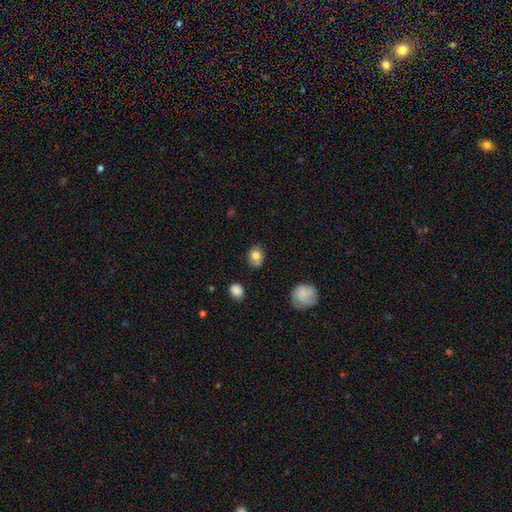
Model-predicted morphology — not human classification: smooth_or_featured: smooth (p=0.80) [alt: featured or disk p=0.10]
how_rounded: round (p=0.53) [alt: in between p=0.46]
merging: none (p=0.68) [alt: minor disturbance p=0.22]